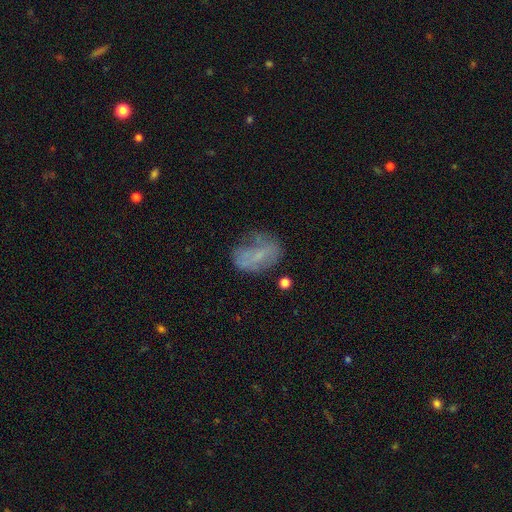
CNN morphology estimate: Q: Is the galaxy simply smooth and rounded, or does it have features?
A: smooth — 48%.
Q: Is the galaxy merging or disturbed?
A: none — 44%.